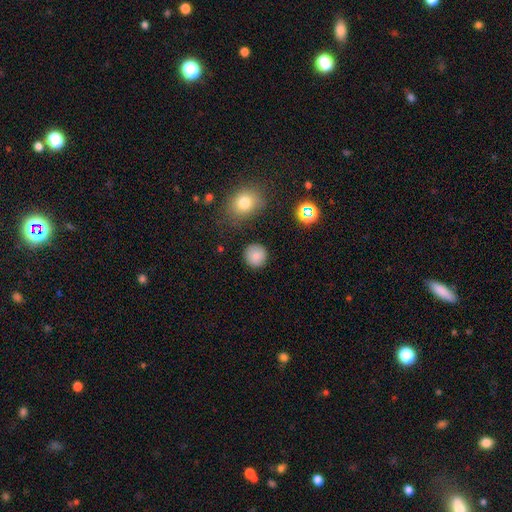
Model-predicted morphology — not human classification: Smooth or featured? smooth (83%)
How rounded? round (93%)
Merging? none (88%)